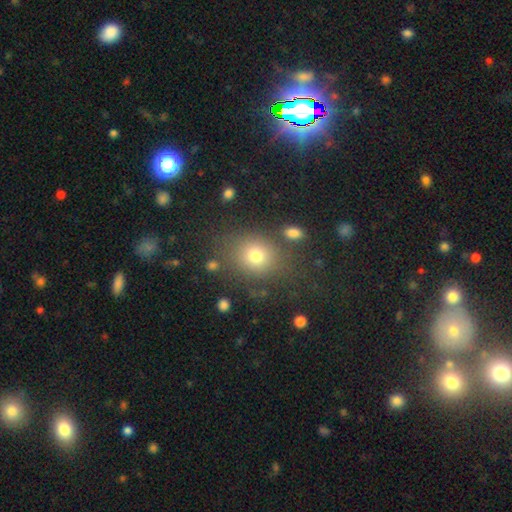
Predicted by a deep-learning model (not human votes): smooth 75%, star or artifact 15%, featured or disk 10%. Down the decision tree: how rounded — round (67%); merging — none (77%).